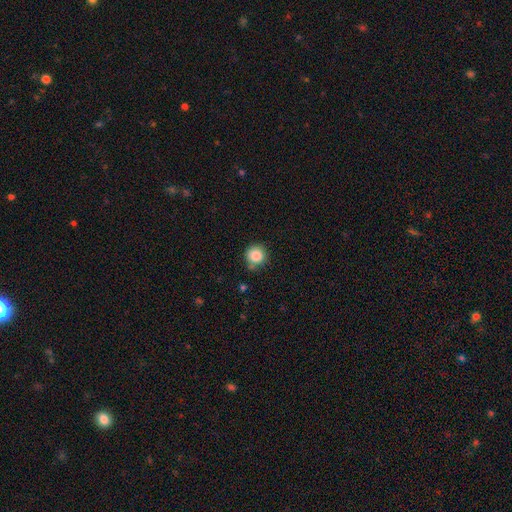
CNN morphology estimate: smooth 86%, star or artifact 10%, featured or disk 4%. Down the decision tree: how rounded — round (92%); merging — none (74%).